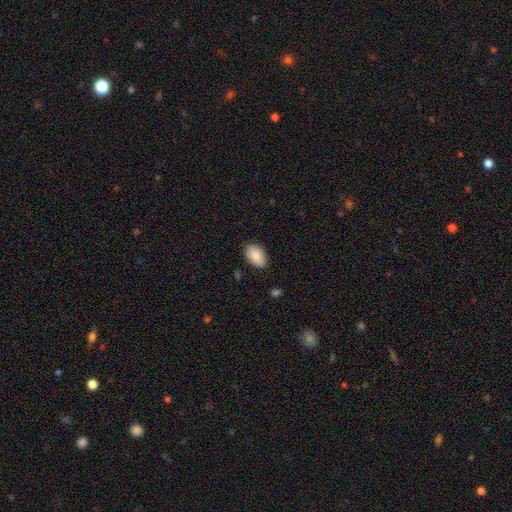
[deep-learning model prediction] Smooth or featured? Predicted: smooth (p=0.88). How rounded? Predicted: in between (p=0.92). Merging? Predicted: none (p=0.83).